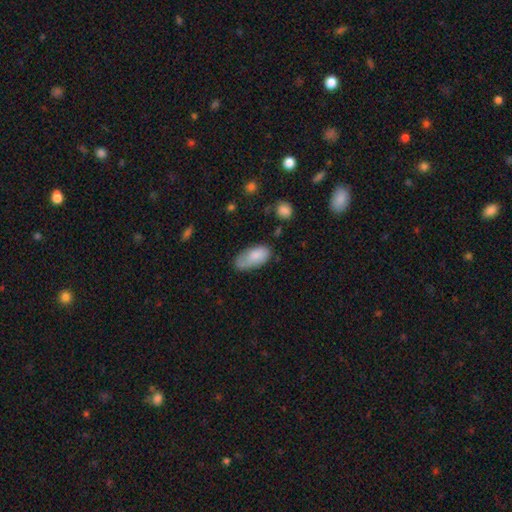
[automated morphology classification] Smooth or featured? Predicted: smooth (p=0.81). How rounded? Predicted: in between (p=0.92). Merging? Predicted: none (p=0.49).